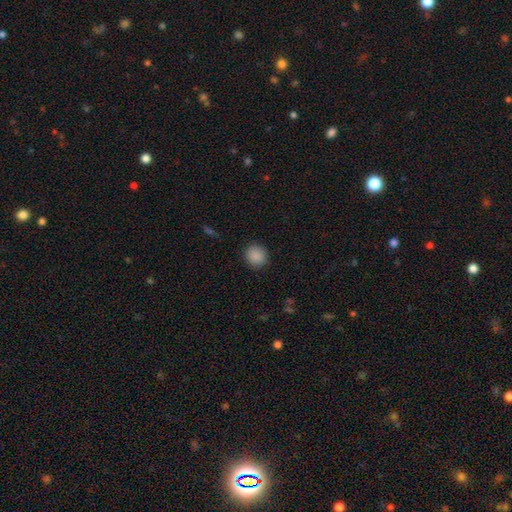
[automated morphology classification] Q: Smooth or featured?
A: smooth (89%); runner-up: star or artifact (9%)
Q: How rounded?
A: round (87%); runner-up: in between (12%)
Q: Merging?
A: none (90%); runner-up: minor disturbance (7%)